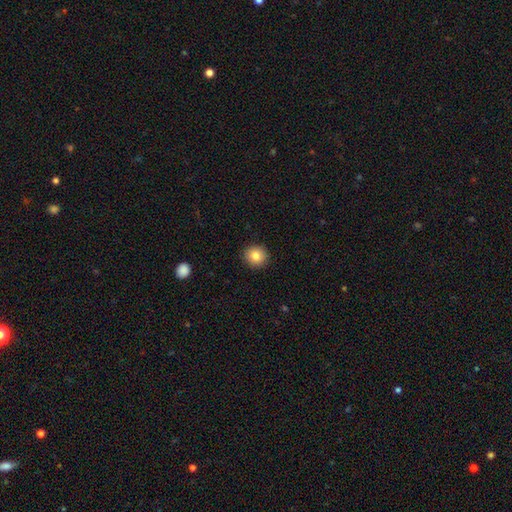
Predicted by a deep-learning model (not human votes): smooth_or_featured: smooth (p=0.83) [alt: star or artifact p=0.09]
how_rounded: round (p=0.89) [alt: in between p=0.10]
merging: none (p=0.91) [alt: minor disturbance p=0.06]